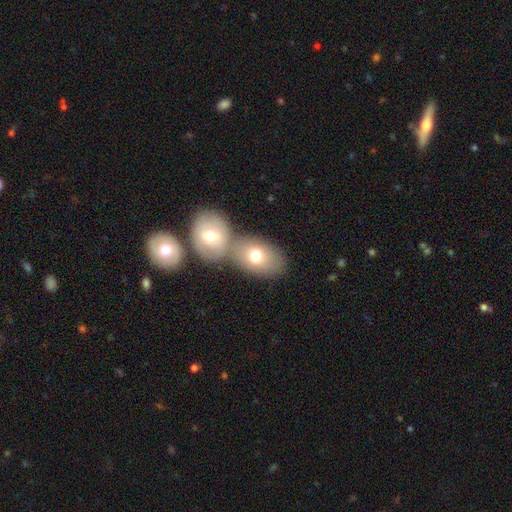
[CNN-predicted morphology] smooth-or-featured: smooth: 71% | featured or disk: 21% | star or artifact: 8%
  how-rounded: in between: 73% | round: 26% | cigar-shaped: 1%
  merging: merger: 49% | none: 38% | minor disturbance: 10% | major disturbance: 4%